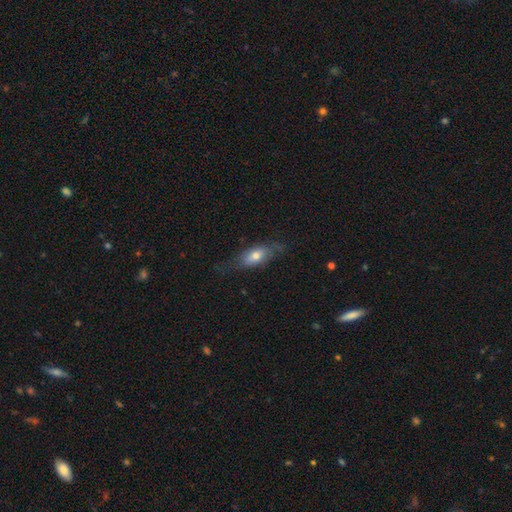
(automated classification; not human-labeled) smooth-or-featured: smooth: 62% | featured or disk: 31% | star or artifact: 8%
  how-rounded: in between: 78% | cigar-shaped: 17% | round: 5%
  merging: none: 57% | minor disturbance: 27% | major disturbance: 15% | merger: 2%